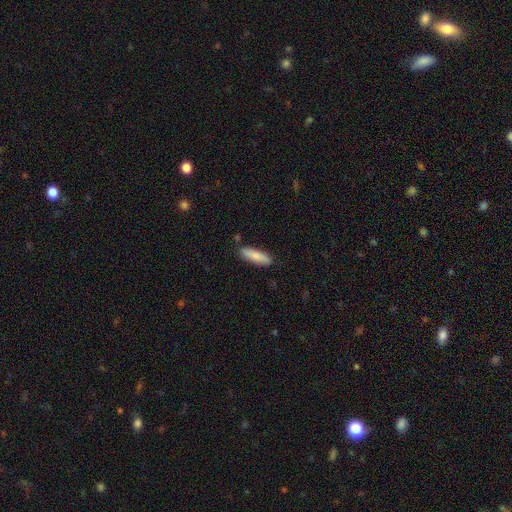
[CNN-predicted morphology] A smooth galaxy with no disk features (83%) that is cigar-shaped (59%).

Vote fractions:
- Smooth or featured? smooth: 83% / featured or disk: 11% / star or artifact: 6%
- How rounded? cigar-shaped: 59% / in between: 40% / round: 2%
- Merging? none: 86% / minor disturbance: 10% / merger: 2% / major disturbance: 2%